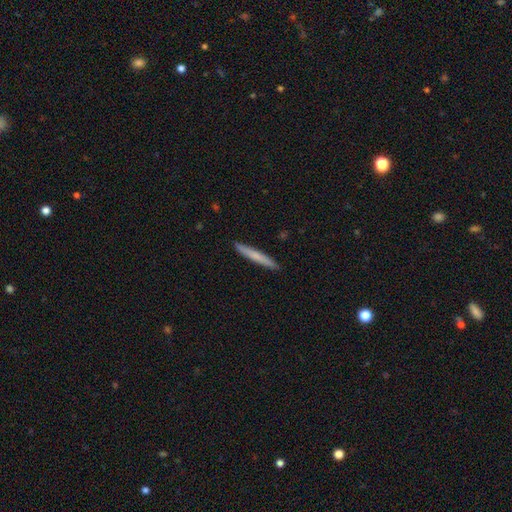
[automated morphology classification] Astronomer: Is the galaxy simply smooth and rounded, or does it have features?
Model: smooth — 65%.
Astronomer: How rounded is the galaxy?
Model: cigar-shaped — 96%.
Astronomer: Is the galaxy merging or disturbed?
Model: none — 92%.